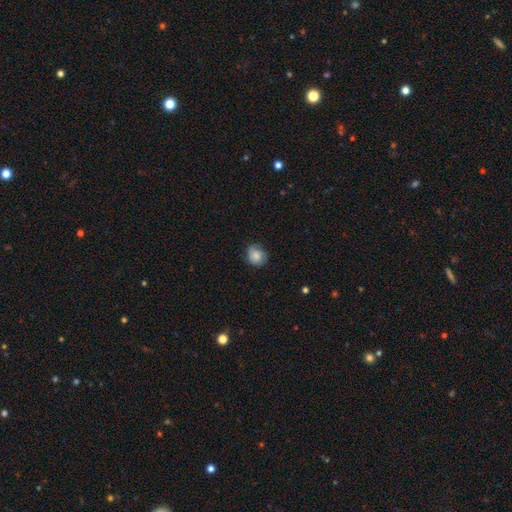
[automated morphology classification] smooth-or-featured: smooth: 74% | featured or disk: 18% | star or artifact: 8%
  how-rounded: round: 76% | in between: 23% | cigar-shaped: 1%
  merging: none: 67% | minor disturbance: 25% | major disturbance: 7% | merger: 1%